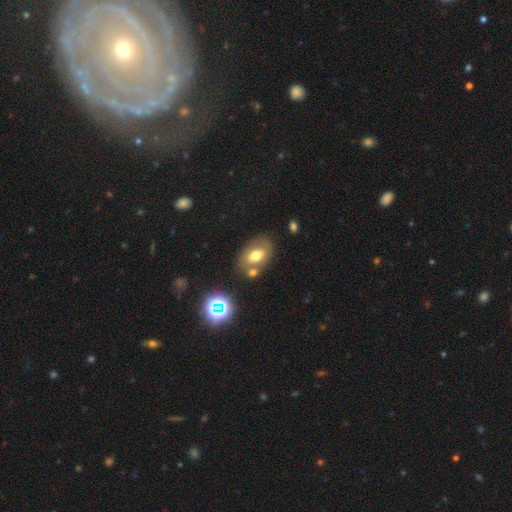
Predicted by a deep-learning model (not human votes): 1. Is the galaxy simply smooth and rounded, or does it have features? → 62% smooth, 26% featured or disk, 13% star or artifact.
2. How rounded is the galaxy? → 81% in between, 18% round, 1% cigar-shaped.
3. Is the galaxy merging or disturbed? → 63% none, 17% merger, 15% minor disturbance, 5% major disturbance.